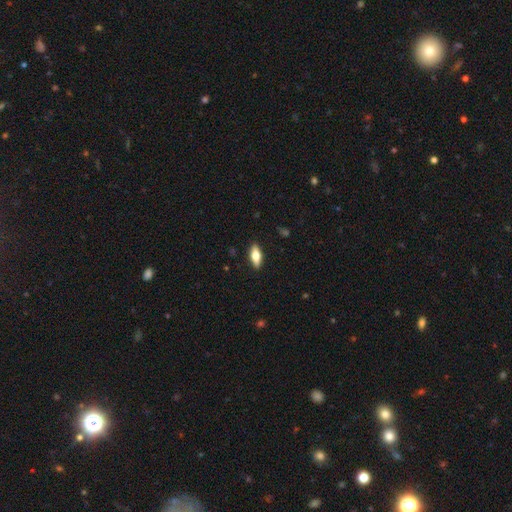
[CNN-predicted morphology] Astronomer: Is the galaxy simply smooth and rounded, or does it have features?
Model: smooth — 59%.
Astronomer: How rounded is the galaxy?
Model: in between — 72%.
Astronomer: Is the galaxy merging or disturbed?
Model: none — 89%.